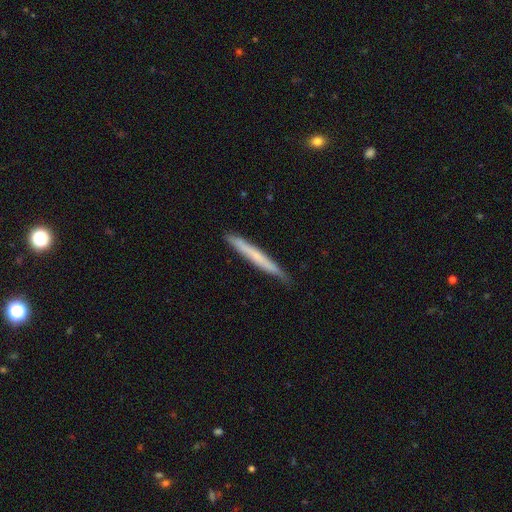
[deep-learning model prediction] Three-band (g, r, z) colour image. It shows a smooth galaxy with no disk features (57%) that is cigar-shaped (97%). Merging: none (85%).